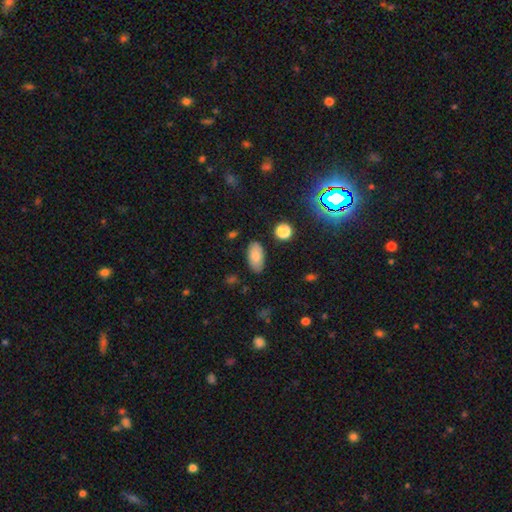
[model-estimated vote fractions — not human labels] Q: Smooth or featured?
A: smooth (81%); runner-up: featured or disk (11%)
Q: How rounded?
A: in between (93%); runner-up: round (4%)
Q: Merging?
A: none (84%); runner-up: minor disturbance (11%)